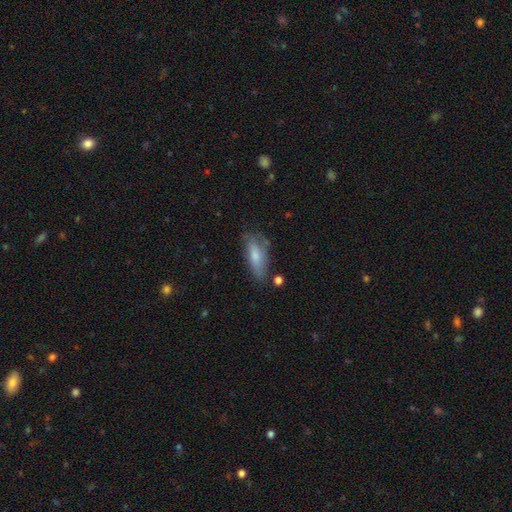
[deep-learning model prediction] Smooth or featured?
  - smooth: 71% *
  - featured or disk: 22%
  - star or artifact: 7%
How rounded?
  - in between: 68% *
  - cigar-shaped: 30%
  - round: 2%
Merging?
  - none: 59% *
  - minor disturbance: 28%
  - major disturbance: 9%
  - merger: 4%